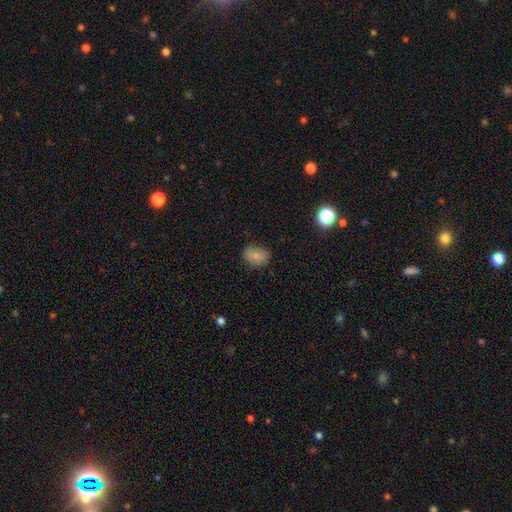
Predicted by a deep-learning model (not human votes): Morphology: type=smooth (79%); roundness=in between (55%); merging=none (69%).